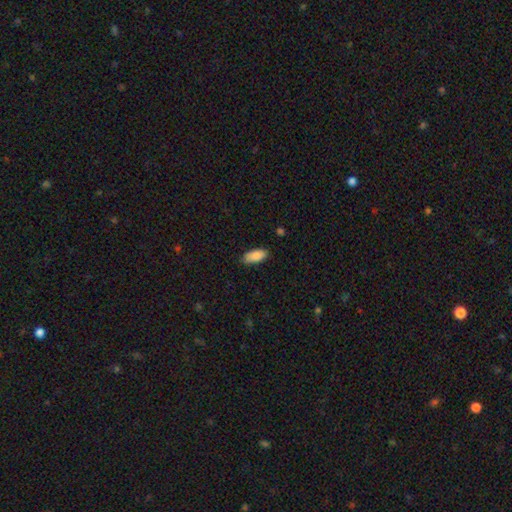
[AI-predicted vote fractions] A smooth galaxy with no disk features (89%) that is in between round and cigar-shaped (88%). Merging: none (84%).